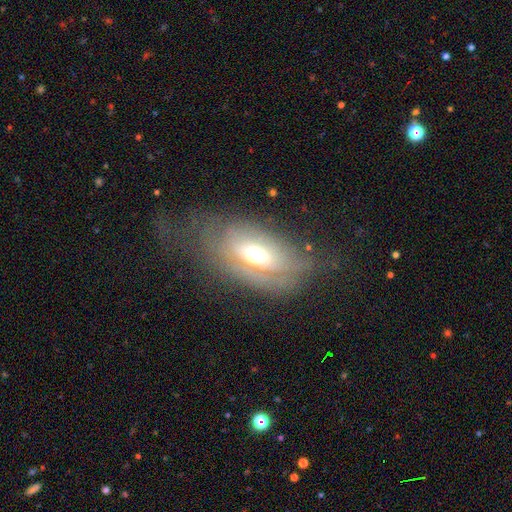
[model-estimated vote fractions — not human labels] Smooth or featured? featured or disk (57%)
Edge-on disk? no (81%)
Merging? none (47%)